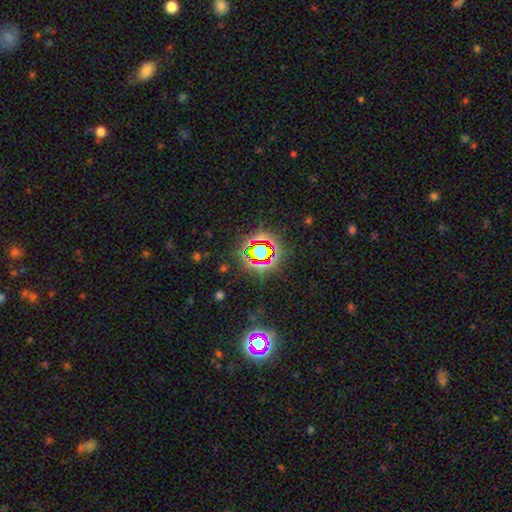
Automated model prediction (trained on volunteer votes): A star or artifact, not a galaxy (75%).